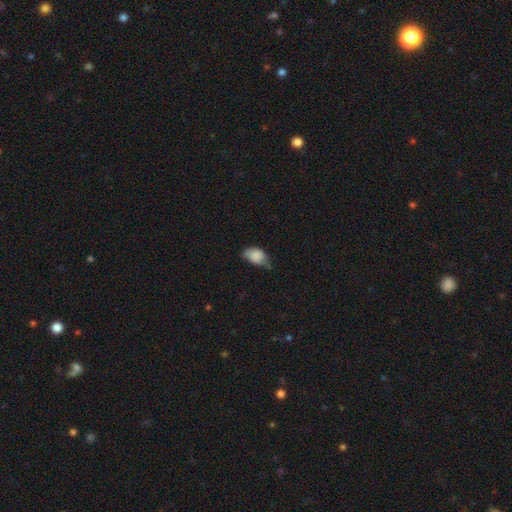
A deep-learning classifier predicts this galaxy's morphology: Q: Smooth or featured?
A: smooth (81%); runner-up: featured or disk (11%)
Q: How rounded?
A: in between (85%); runner-up: round (13%)
Q: Merging?
A: minor disturbance (48%); runner-up: none (36%)